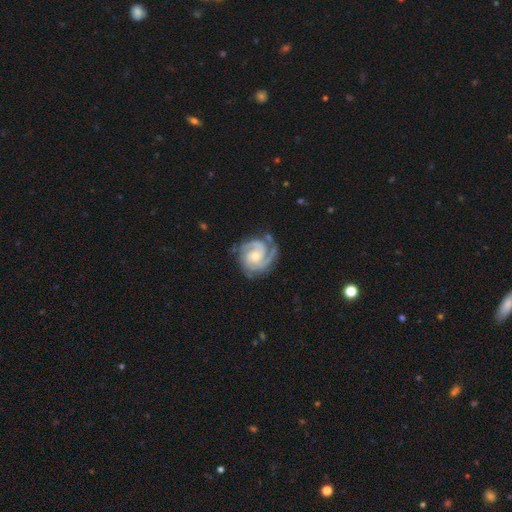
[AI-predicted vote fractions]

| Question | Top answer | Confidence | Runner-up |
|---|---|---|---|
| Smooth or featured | featured or disk | 92% | smooth (4%) |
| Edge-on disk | no | 98% | yes (2%) |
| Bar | no | 64% | weak (29%) |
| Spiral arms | yes | 98% | no (2%) |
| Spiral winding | tight | 63% | medium (33%) |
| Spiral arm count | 2 | 43% | 3 (41%) |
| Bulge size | moderate | 49% | small (45%) |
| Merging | none | 73% | minor disturbance (18%) |